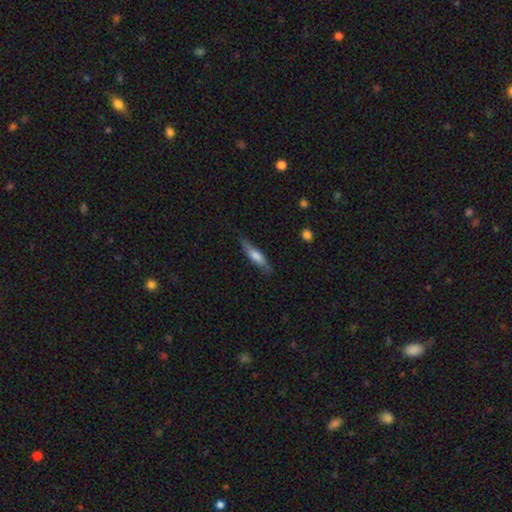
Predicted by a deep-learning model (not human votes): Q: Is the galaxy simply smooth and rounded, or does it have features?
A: smooth — 60%.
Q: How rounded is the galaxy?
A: cigar-shaped — 74%.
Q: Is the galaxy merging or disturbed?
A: none — 76%.